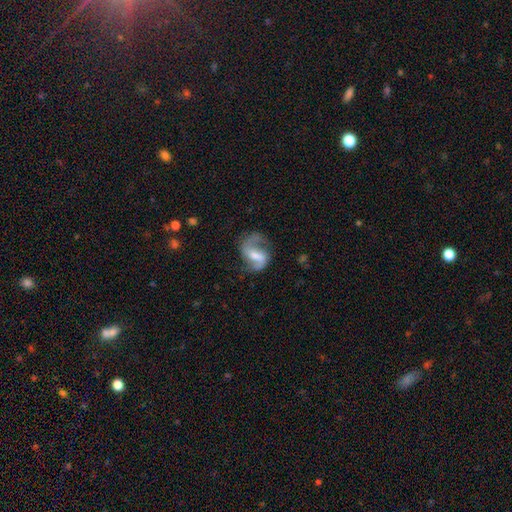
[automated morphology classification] A featured or disk galaxy (80%) with a weak bar (48%), 2 (85%) loose (47%) spiral arms (93%) and a moderate central bulge (42%).

Vote fractions:
- Smooth or featured? featured or disk: 80% / smooth: 14% / star or artifact: 6%
- Edge-on disk? no: 97% / yes: 3%
- Bar? weak: 48% / strong: 35% / no: 17%
- Spiral arms? yes: 93% / no: 7%
- Spiral winding? loose: 47% / medium: 43% / tight: 10%
- Spiral arm count? 2: 85% / 1: 8% / can't tell: 4% / 3: 1% / 4: 1% / more than 4: 1%
- Bulge size? moderate: 42% / small: 28% / none: 16% / large: 12% / dominant: 2%
- Merging? none: 61% / minor disturbance: 20% / major disturbance: 17% / merger: 2%